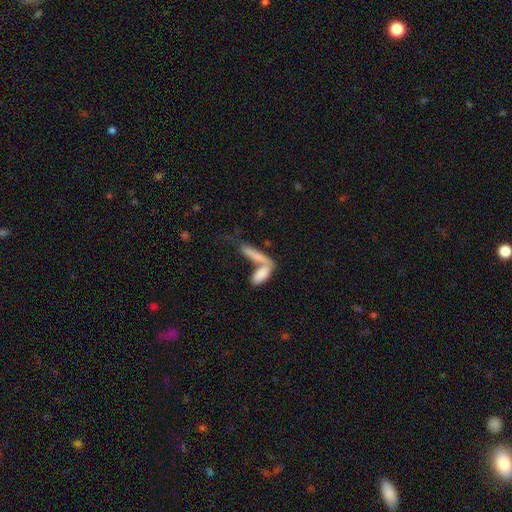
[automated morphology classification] A smooth galaxy with no disk features (74%) that is cigar-shaped (61%).

Vote fractions:
- Smooth or featured? smooth: 74% / featured or disk: 19% / star or artifact: 7%
- How rounded? cigar-shaped: 61% / in between: 36% / round: 3%
- Merging? merger: 56% / none: 29% / minor disturbance: 9% / major disturbance: 6%